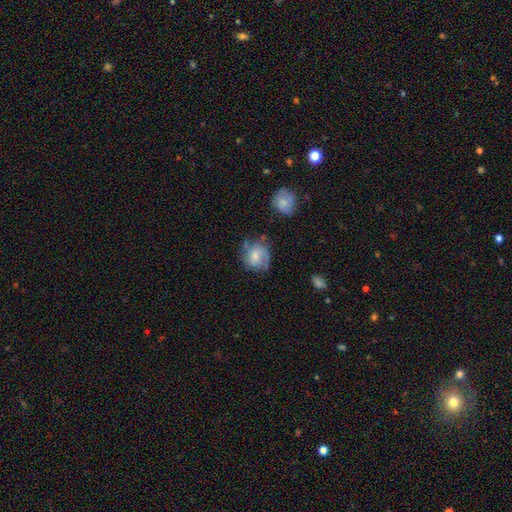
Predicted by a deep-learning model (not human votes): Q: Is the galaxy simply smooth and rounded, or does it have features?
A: smooth — 47%.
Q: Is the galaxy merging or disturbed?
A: none — 56%.